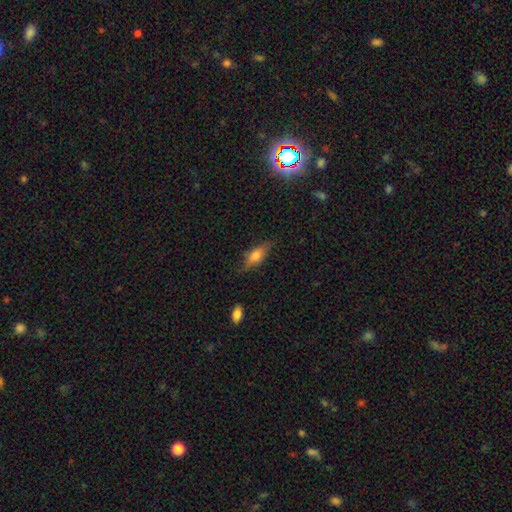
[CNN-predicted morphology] Q: Smooth or featured?
A: smooth (47%); runner-up: featured or disk (44%)
Q: Merging?
A: none (75%); runner-up: minor disturbance (18%)